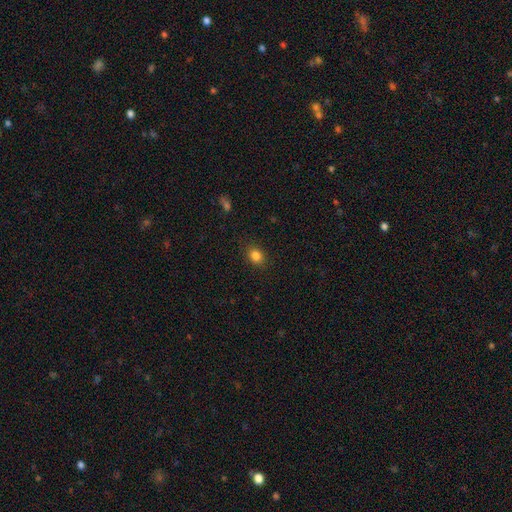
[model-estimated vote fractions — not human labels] Overall: smooth (83%). How rounded: round (51%; in between 48%). Merging: none (88%).